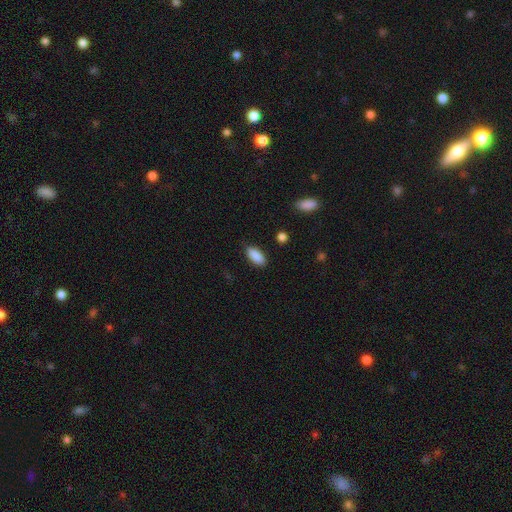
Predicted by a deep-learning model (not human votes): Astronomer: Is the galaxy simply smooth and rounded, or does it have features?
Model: smooth — 90%.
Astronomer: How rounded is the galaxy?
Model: in between — 84%.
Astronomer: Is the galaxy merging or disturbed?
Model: none — 87%.